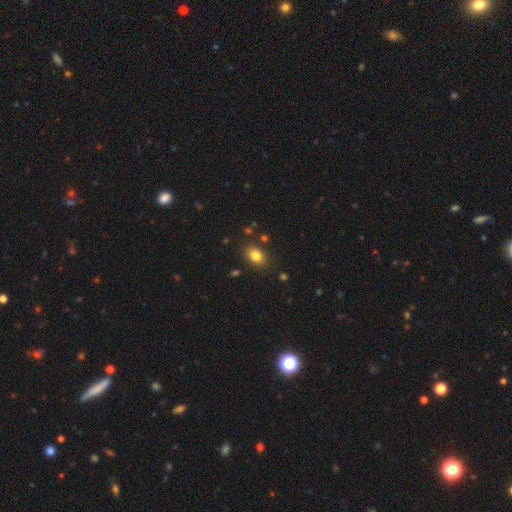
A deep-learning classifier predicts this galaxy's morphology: Smooth or featured? smooth (82%)
How rounded? in between (75%)
Merging? none (84%)